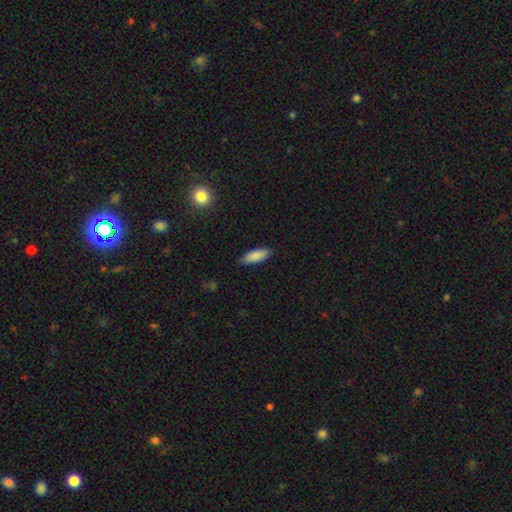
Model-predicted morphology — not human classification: The model was most divided on "how rounded": in between: 66%, cigar-shaped: 32%, round: 2%. More confident: smooth or featured — smooth (87%); merging — none (84%).